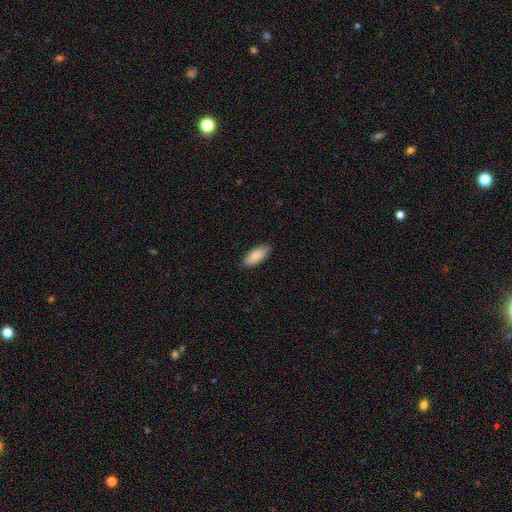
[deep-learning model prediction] Overall: smooth (87%). How rounded: in between (86%). Merging: none (87%).